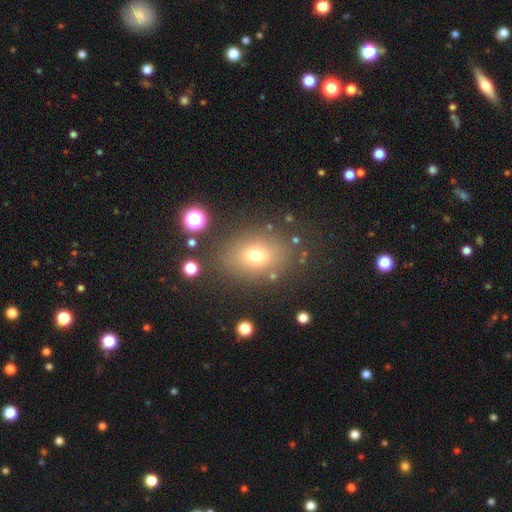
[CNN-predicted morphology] Overall: smooth (69%). How rounded: in between (59%; round 39%). Merging: none (81%).